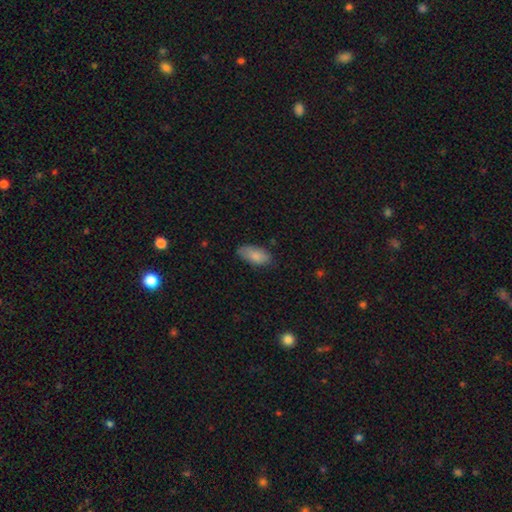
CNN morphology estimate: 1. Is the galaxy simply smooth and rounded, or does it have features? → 85% smooth, 9% featured or disk, 6% star or artifact.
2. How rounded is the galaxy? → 91% in between, 7% cigar-shaped, 2% round.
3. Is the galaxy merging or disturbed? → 74% none, 21% minor disturbance, 4% major disturbance, 1% merger.